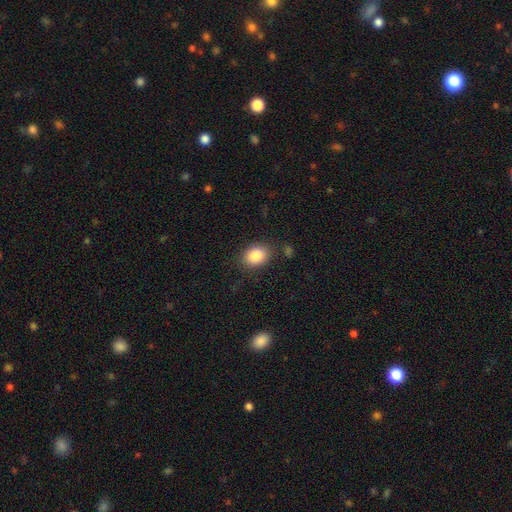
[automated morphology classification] This appears to be a smooth galaxy with no disk features (85%) that is in between round and cigar-shaped (60%). Merging: none (83%).